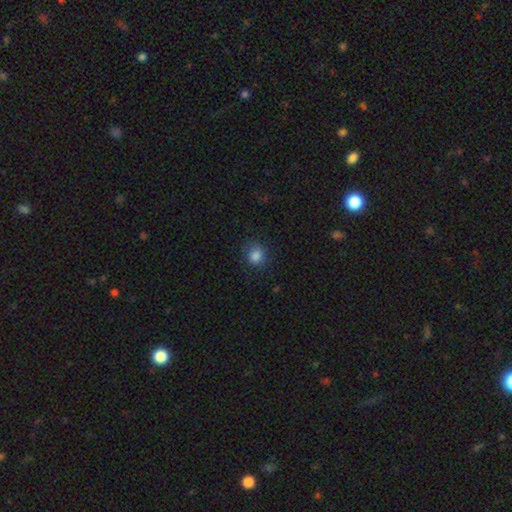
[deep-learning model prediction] Smooth or featured? Predicted: smooth (p=0.84). How rounded? Predicted: round (p=0.80). Merging? Predicted: none (p=0.76).